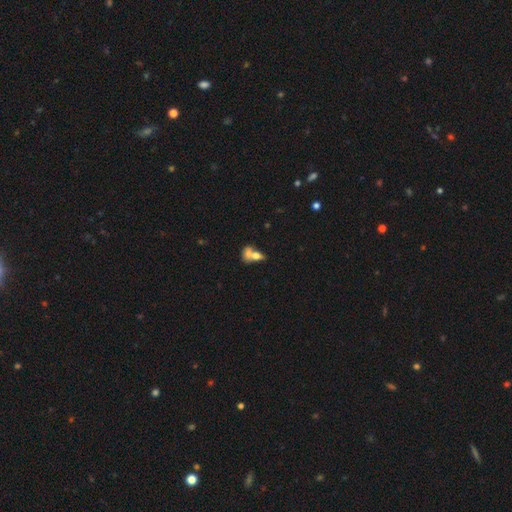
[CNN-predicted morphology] Overall: smooth (67%). How rounded: in between (74%). Merging: merger (65%).